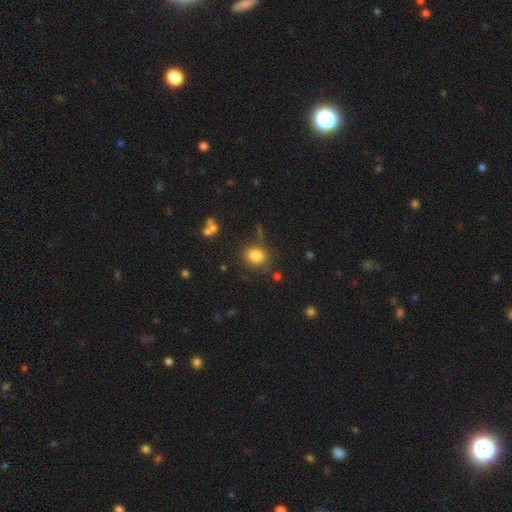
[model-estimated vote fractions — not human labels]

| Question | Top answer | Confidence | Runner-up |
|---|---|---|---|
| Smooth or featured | smooth | 82% | star or artifact (11%) |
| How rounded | round | 73% | in between (26%) |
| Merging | none | 75% | minor disturbance (14%) |